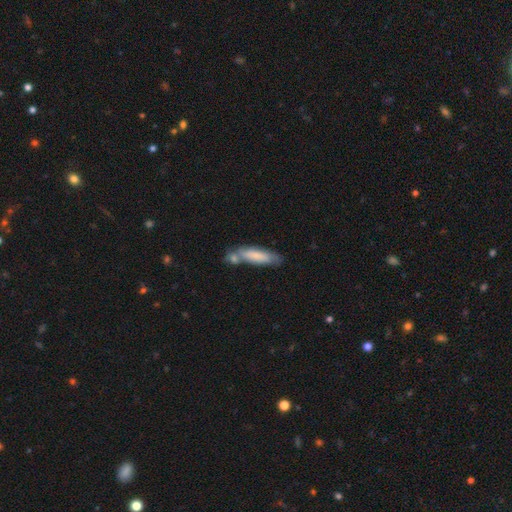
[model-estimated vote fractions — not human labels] This appears to be a smooth galaxy with no disk features (73%) that is cigar-shaped (69%). Merging: none (47%).